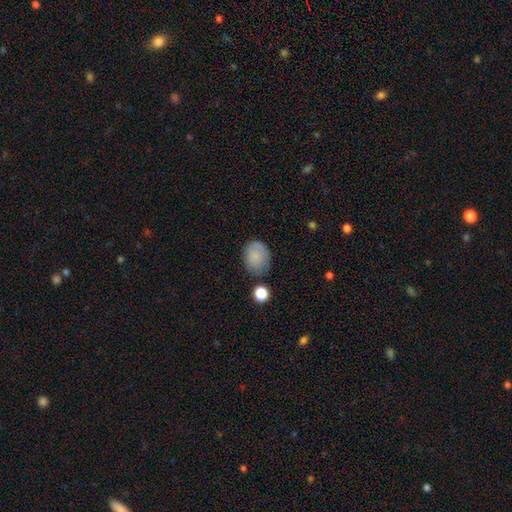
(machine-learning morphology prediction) smooth 82%, featured or disk 9%, star or artifact 9%. Down the decision tree: how rounded — in between (53%); merging — none (70%).